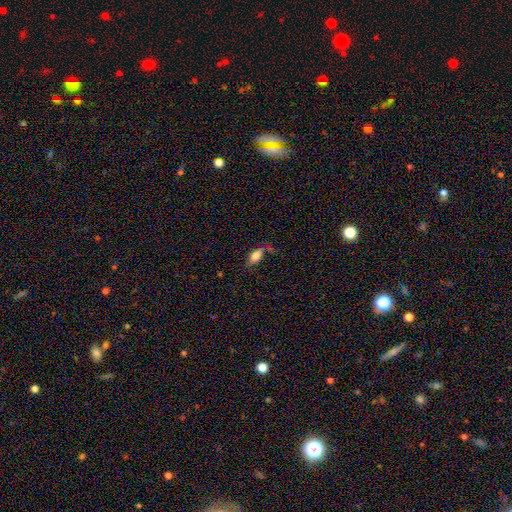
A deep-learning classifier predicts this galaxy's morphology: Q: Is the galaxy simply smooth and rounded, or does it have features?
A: smooth — 77%.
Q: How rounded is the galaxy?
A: in between — 85%.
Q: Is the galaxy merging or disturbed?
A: none — 60%.